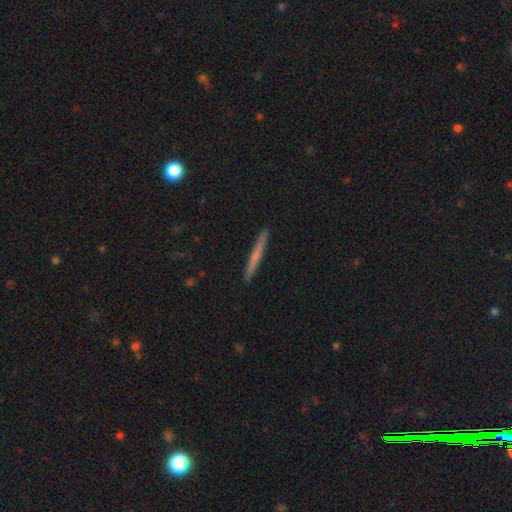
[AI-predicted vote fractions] Smooth or featured? Predicted: smooth (p=0.56). How rounded? Predicted: cigar-shaped (p=0.97). Merging? Predicted: none (p=0.92).